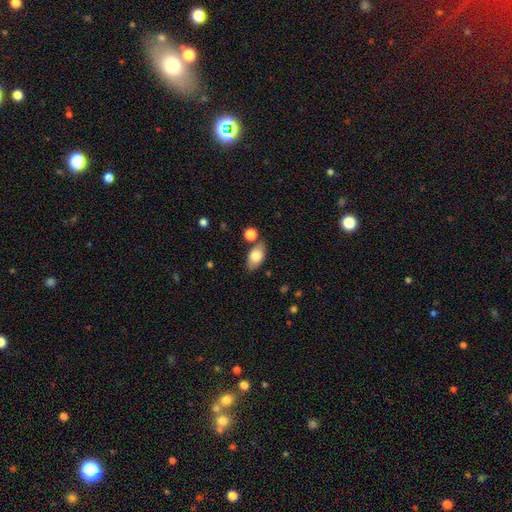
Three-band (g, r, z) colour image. It shows a smooth galaxy with no disk features (79%) that is in between round and cigar-shaped (90%). Merging: none (95%).